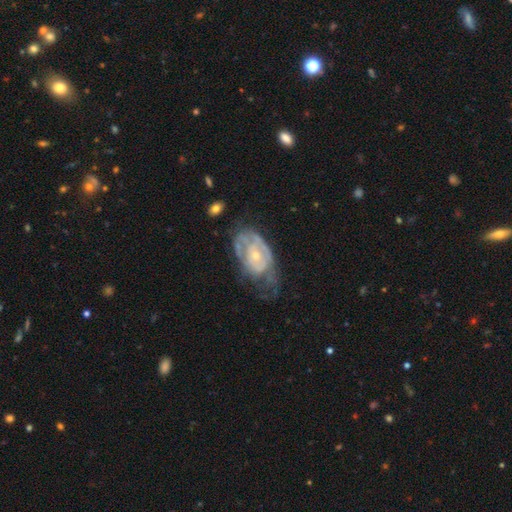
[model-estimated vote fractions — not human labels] This is likely a featured or disk galaxy (75%). It is clearly not viewed edge-on (95%). Bar: likely no (79%). Spiral arm pattern: likely yes (68%). Central bulge: possibly small (58%). Merging: marginally none (36%).